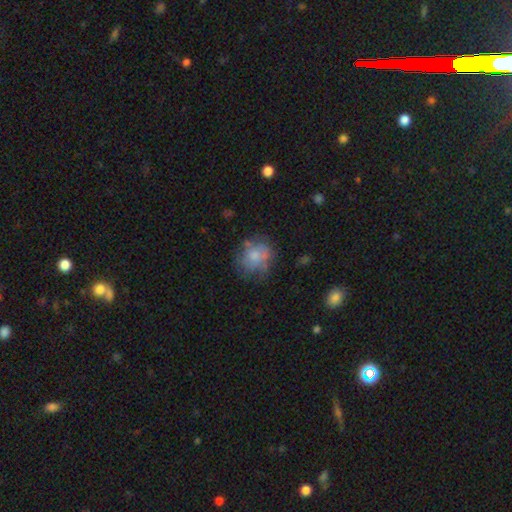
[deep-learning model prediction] smooth 59%, featured or disk 31%, star or artifact 9%. Down the decision tree: how rounded — round (74%); merging — none (55%).